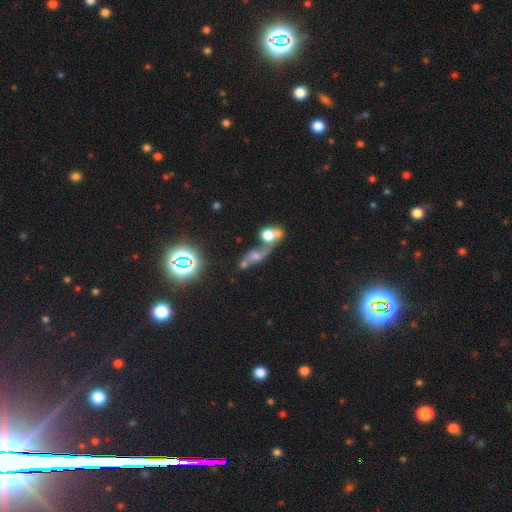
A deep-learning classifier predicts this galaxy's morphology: Overall: smooth (35%, tied with featured or disk). Merging: merger (60%).